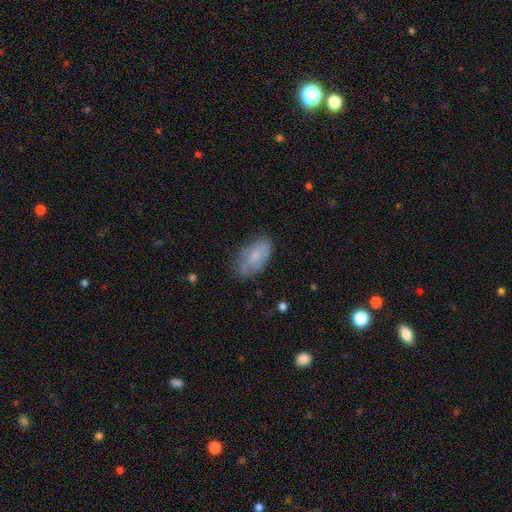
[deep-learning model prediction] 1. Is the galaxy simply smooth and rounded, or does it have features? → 69% smooth, 23% featured or disk, 7% star or artifact.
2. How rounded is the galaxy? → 93% in between, 4% round, 4% cigar-shaped.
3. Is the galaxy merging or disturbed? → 67% none, 24% minor disturbance, 7% major disturbance, 2% merger.